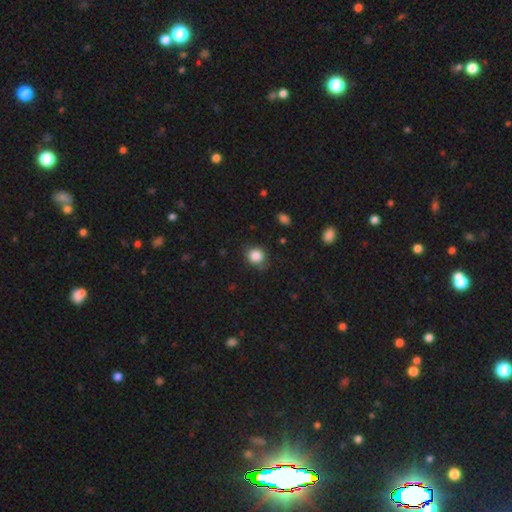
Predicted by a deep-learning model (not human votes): smooth_or_featured: smooth (p=0.85) [alt: star or artifact p=0.10]
how_rounded: round (p=0.86) [alt: in between p=0.13]
merging: none (p=0.80) [alt: minor disturbance p=0.14]